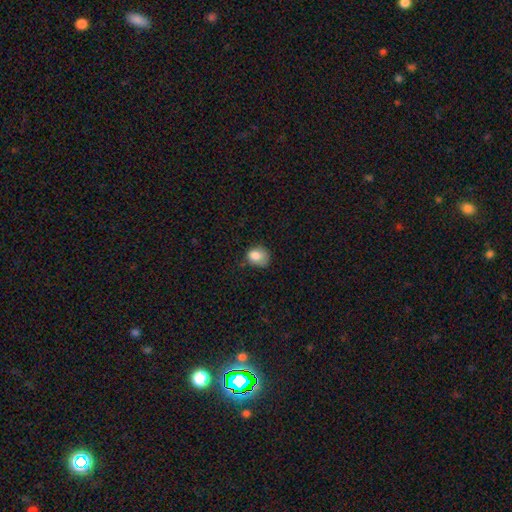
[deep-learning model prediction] The model was most divided on "how rounded": round: 53%, in between: 46%, cigar-shaped: 1%. Remaining: smooth or featured — smooth (82%); merging — none (44%).